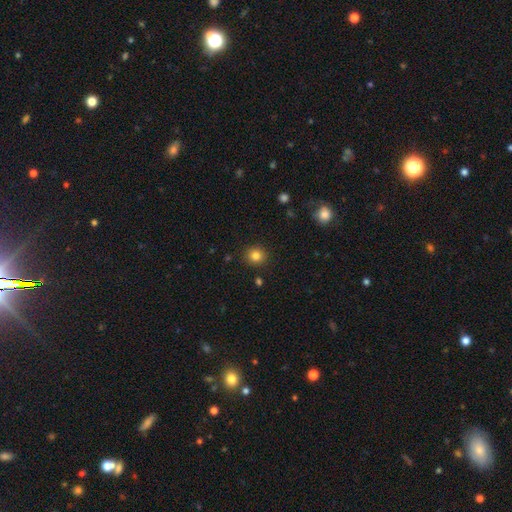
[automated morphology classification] The model was most divided on "smooth or featured": smooth: 83%, star or artifact: 12%, featured or disk: 5%. More confident: merging — none (90%); how rounded — round (88%).